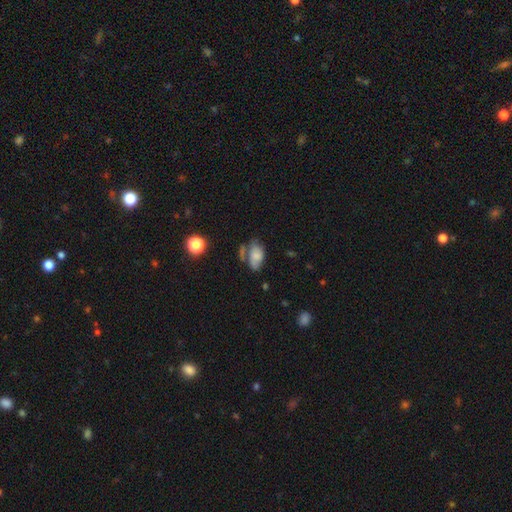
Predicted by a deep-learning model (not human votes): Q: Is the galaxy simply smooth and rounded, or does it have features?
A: smooth — 70%.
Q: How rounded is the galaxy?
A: in between — 89%.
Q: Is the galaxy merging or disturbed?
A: none — 38%.